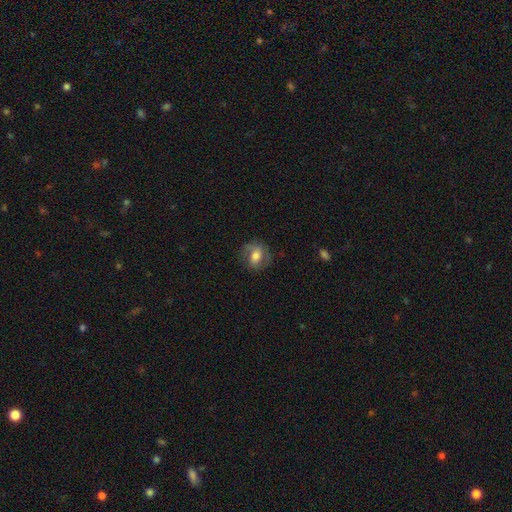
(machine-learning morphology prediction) smooth-or-featured: smooth: 46% (tied) | featured or disk: 46% (tied) | star or artifact: 9%
  merging: none: 70% | minor disturbance: 19% | major disturbance: 9% | merger: 1%